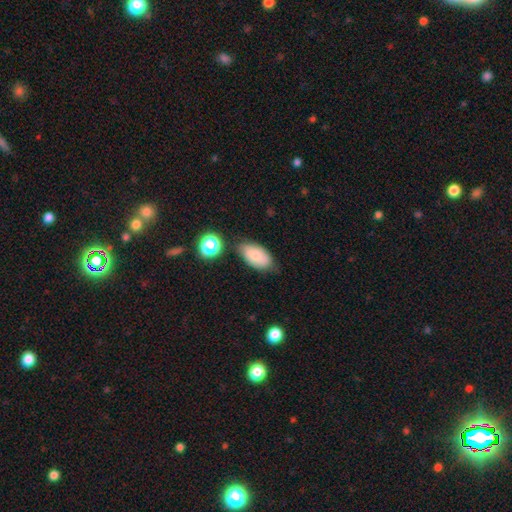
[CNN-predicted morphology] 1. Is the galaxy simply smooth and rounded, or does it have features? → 75% smooth, 16% featured or disk, 9% star or artifact.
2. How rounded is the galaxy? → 92% in between, 5% round, 3% cigar-shaped.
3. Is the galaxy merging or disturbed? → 68% none, 22% minor disturbance, 6% merger, 5% major disturbance.